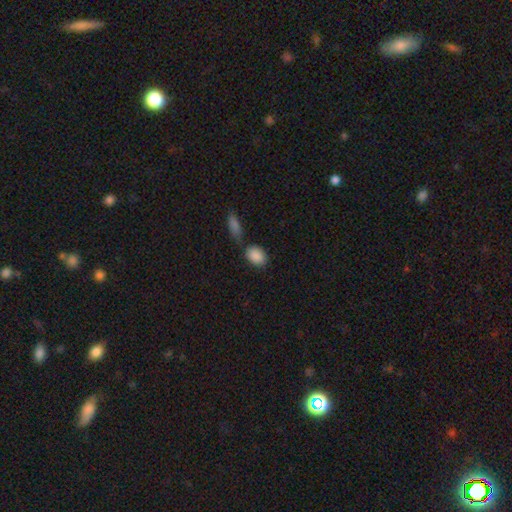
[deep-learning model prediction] This is clearly a smooth galaxy (88%). How rounded: likely in between (78%). Merging: likely none (62%).